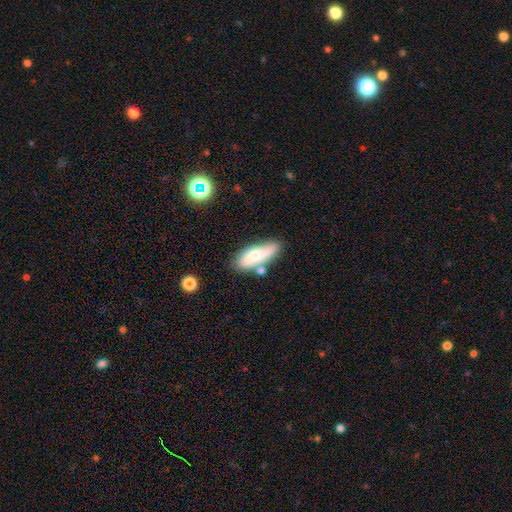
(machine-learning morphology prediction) Smooth or featured? smooth (64%)
How rounded? in between (72%)
Merging? none (62%)